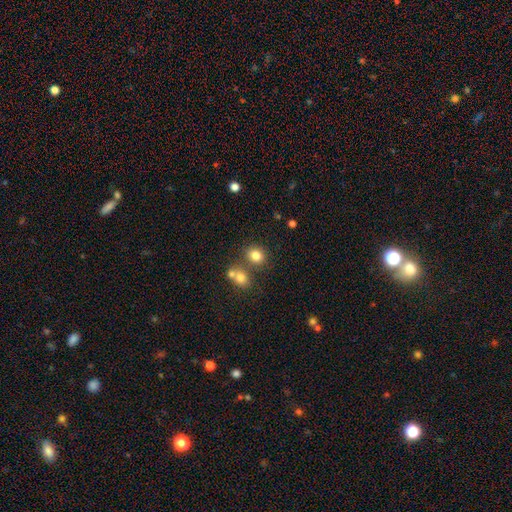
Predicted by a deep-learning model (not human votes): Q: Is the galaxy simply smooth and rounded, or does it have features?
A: smooth — 80%.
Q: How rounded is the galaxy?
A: round — 71%.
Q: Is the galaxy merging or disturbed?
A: none — 66%.